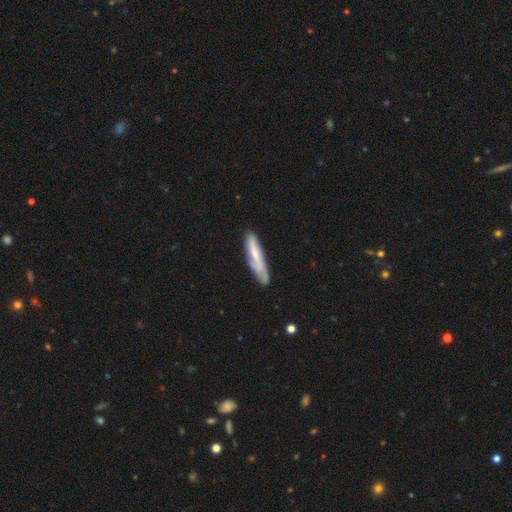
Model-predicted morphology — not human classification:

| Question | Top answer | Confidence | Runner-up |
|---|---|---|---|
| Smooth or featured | smooth | 49% | featured or disk (44%) |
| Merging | none | 66% | minor disturbance (23%) |